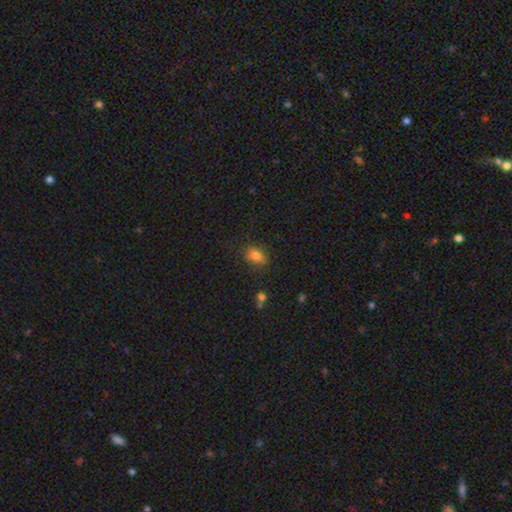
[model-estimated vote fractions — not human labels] Smooth or featured? Predicted: smooth (p=0.79). How rounded? Predicted: in between (p=0.75). Merging? Predicted: none (p=0.72).